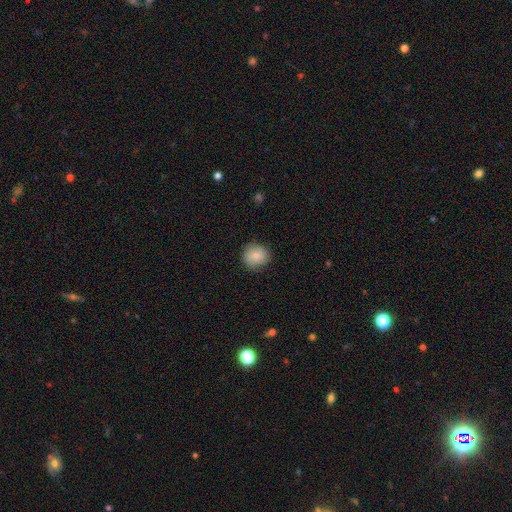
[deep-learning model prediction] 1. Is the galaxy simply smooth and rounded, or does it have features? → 74% smooth, 18% featured or disk, 8% star or artifact.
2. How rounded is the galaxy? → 86% round, 13% in between, 1% cigar-shaped.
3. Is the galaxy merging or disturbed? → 81% none, 14% minor disturbance, 3% major disturbance, 1% merger.